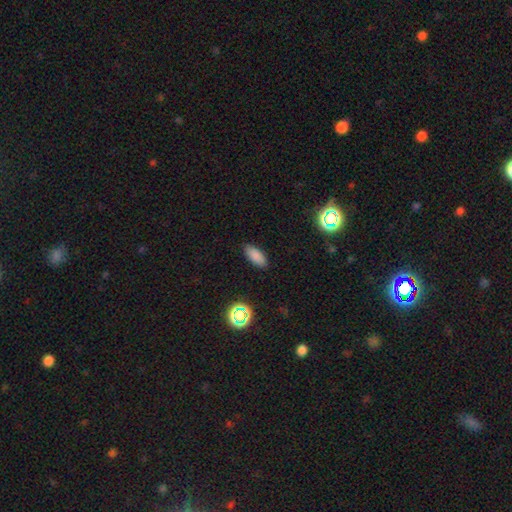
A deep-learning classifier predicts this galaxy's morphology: Q: Smooth or featured?
A: smooth (84%); runner-up: star or artifact (11%)
Q: How rounded?
A: in between (85%); runner-up: cigar-shaped (12%)
Q: Merging?
A: none (87%); runner-up: minor disturbance (9%)